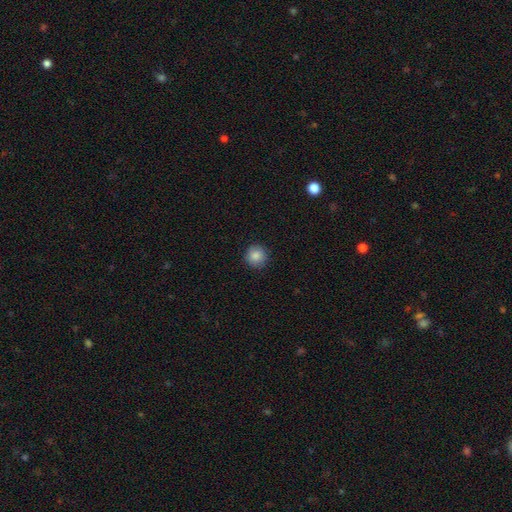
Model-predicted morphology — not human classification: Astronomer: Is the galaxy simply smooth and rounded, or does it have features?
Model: smooth — 86%.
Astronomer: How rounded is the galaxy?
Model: round — 93%.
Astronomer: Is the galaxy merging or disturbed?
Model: none — 89%.